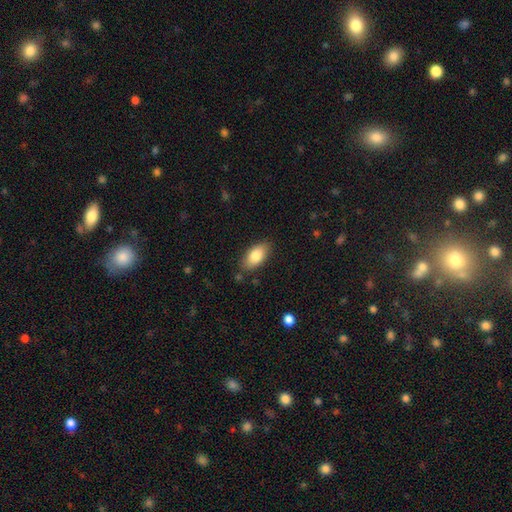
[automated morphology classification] A smooth galaxy with no disk features (82%) that is in between round and cigar-shaped (92%). Merging: none (83%).